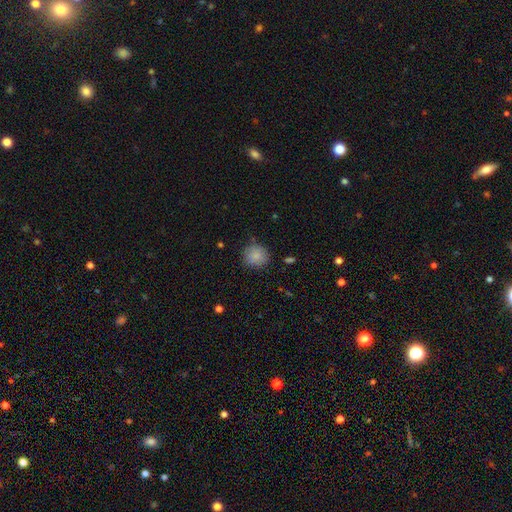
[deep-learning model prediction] The model was most divided on "merging": none: 80%, minor disturbance: 14%, major disturbance: 3%, merger: 2%. More confident: how rounded — round (87%); smooth or featured — smooth (86%).